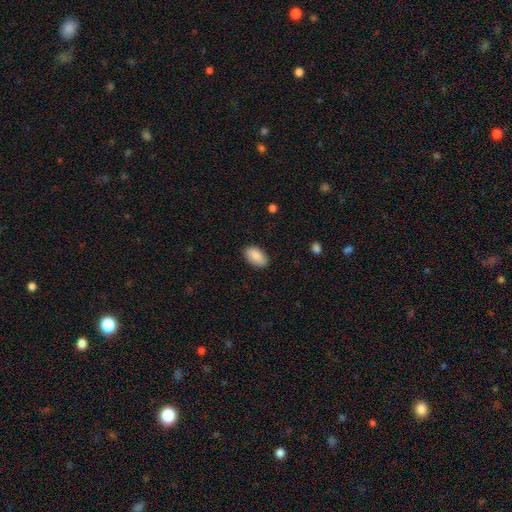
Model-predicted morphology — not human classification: type=smooth (88%); roundness=in between (94%); merging=none (86%).